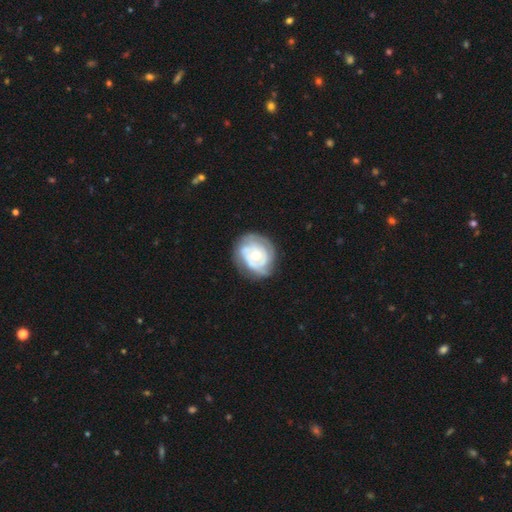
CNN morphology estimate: smooth_or_featured: featured or disk (p=0.72) [alt: smooth p=0.23]
disk_edge_on: no (p=0.97) [alt: yes p=0.03]
bar: no (p=0.80) [alt: weak p=0.15]
has_spiral_arms: yes (p=0.71) [alt: no p=0.29]
bulge_size: moderate (p=0.67) [alt: small p=0.26]
merging: none (p=0.65) [alt: minor disturbance p=0.23]